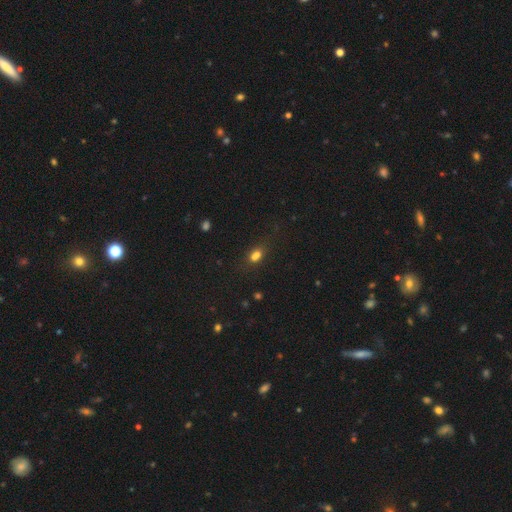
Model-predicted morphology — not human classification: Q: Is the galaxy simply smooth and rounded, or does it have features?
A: smooth — 70%.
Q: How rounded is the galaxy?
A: in between — 66%.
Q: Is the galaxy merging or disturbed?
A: none — 51%.